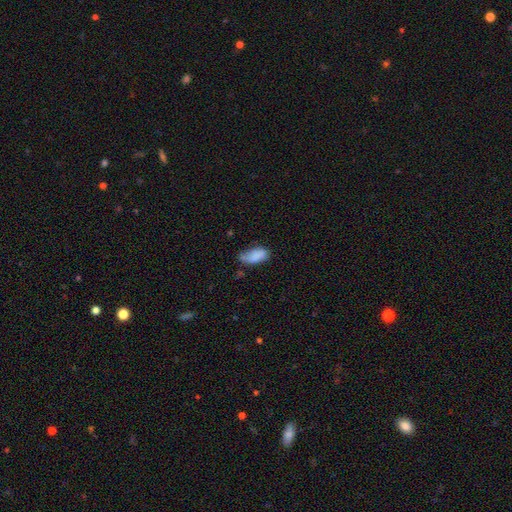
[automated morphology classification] The model was most divided on "merging": none: 46%, minor disturbance: 36%, major disturbance: 12%, merger: 5%. More confident: how rounded — in between (91%); smooth or featured — smooth (82%).